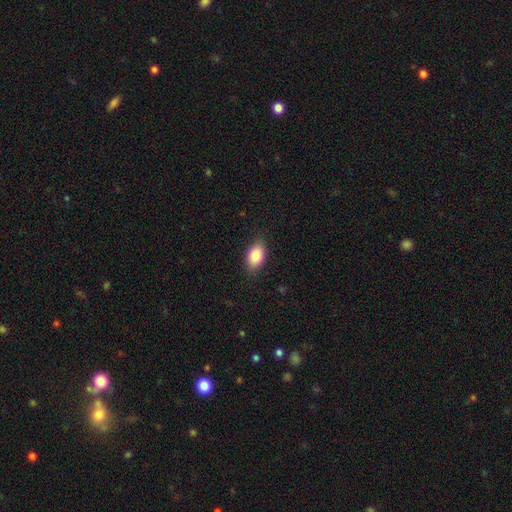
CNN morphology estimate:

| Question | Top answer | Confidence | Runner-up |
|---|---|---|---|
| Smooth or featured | smooth | 84% | featured or disk (9%) |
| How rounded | in between | 89% | round (8%) |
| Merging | none | 86% | minor disturbance (11%) |